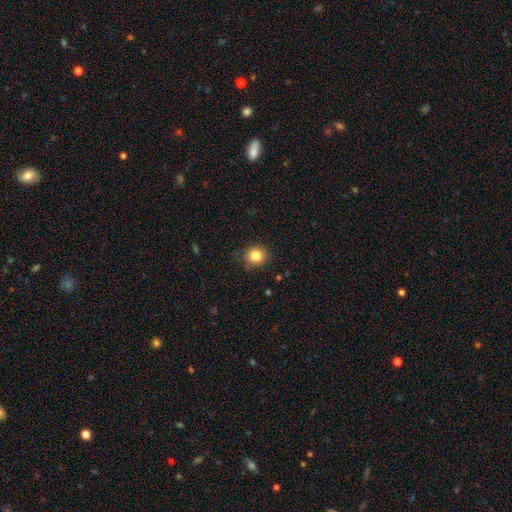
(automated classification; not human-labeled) This appears to be a smooth galaxy with no disk features (83%) that is round (82%). Merging: none (83%).